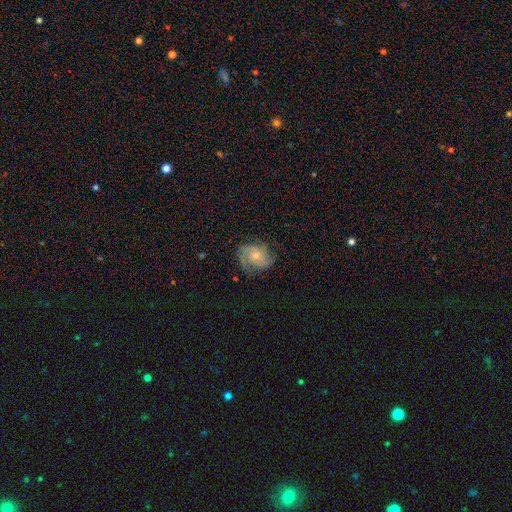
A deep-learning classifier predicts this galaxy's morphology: This appears to be a featured or disk galaxy (81%) with no bar (74%), 2 (42%) tight (44%, tied with medium) spiral arms (96%) and a small central bulge (52%). Merging: none (74%).